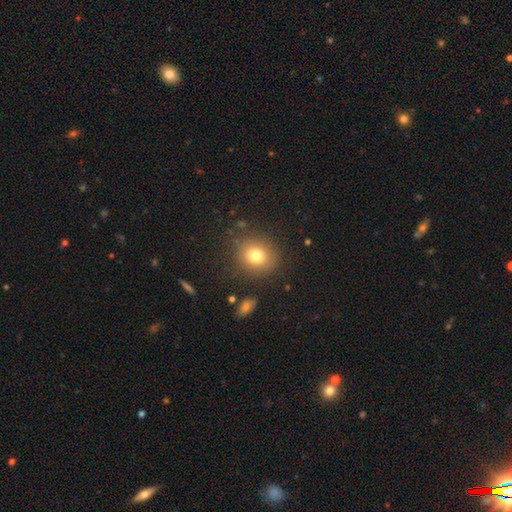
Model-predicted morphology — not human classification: smooth 76%, star or artifact 13%, featured or disk 11%. Down the decision tree: how rounded — round (77%); merging — none (84%).